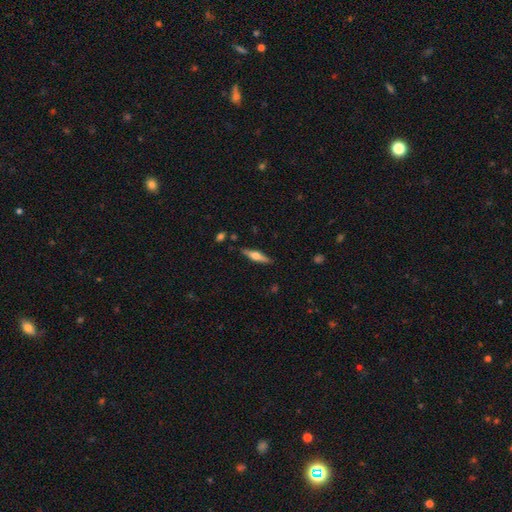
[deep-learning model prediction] featured or disk 56%, smooth 38%, star or artifact 6%. Down the decision tree: edge-on disk — yes (96%); edge-on bulge — rounded (91%); merging — none (87%).